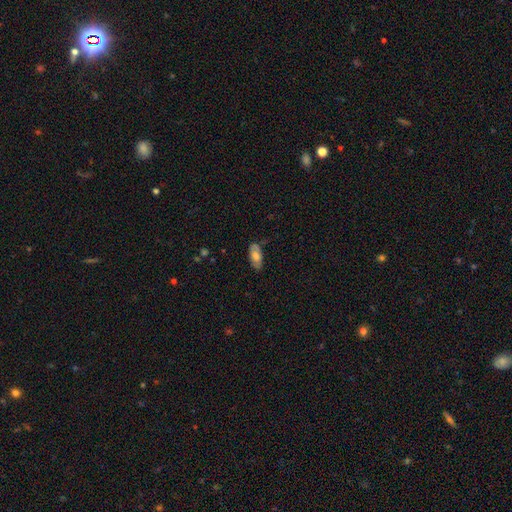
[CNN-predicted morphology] smooth-or-featured: smooth: 63% | featured or disk: 31% | star or artifact: 7%
  how-rounded: in between: 90% | cigar-shaped: 7% | round: 3%
  merging: none: 75% | minor disturbance: 19% | major disturbance: 4% | merger: 2%